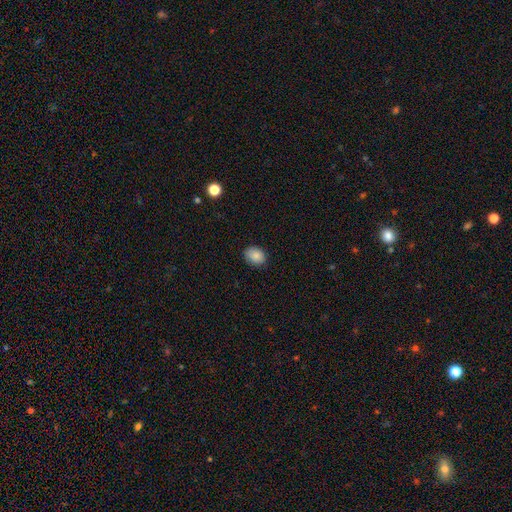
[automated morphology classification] A smooth galaxy with no disk features (86%) that is in between round and cigar-shaped (60%).

Vote fractions:
- Smooth or featured? smooth: 86% / star or artifact: 8% / featured or disk: 6%
- How rounded? in between: 60% / round: 40% / cigar-shaped: 1%
- Merging? none: 86% / minor disturbance: 11% / major disturbance: 2% / merger: 1%